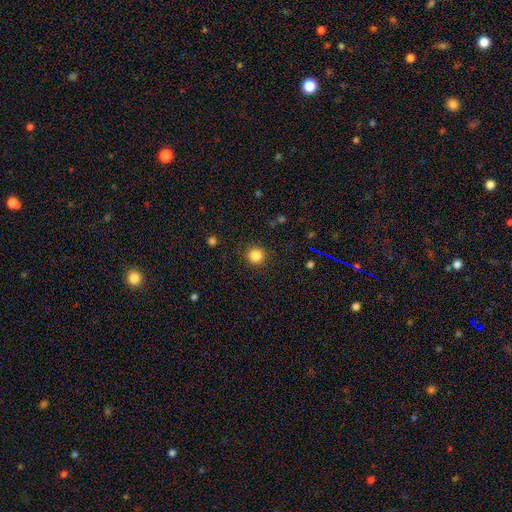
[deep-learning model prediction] Q: Smooth or featured?
A: smooth (84%); runner-up: star or artifact (12%)
Q: How rounded?
A: round (94%); runner-up: in between (5%)
Q: Merging?
A: none (90%); runner-up: minor disturbance (7%)